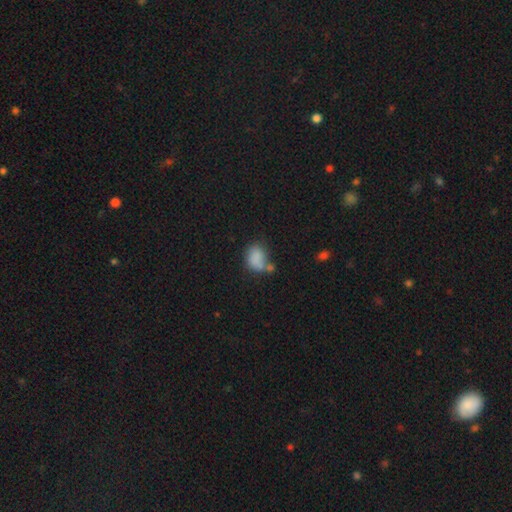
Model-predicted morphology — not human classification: Q: Smooth or featured?
A: smooth (79%); runner-up: star or artifact (11%)
Q: How rounded?
A: in between (72%); runner-up: round (27%)
Q: Merging?
A: none (39%); runner-up: merger (28%)